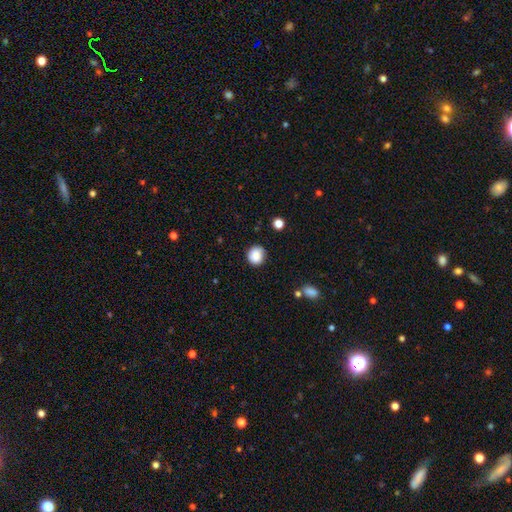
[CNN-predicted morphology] This is clearly a smooth galaxy (87%). How rounded: clearly round (85%). Merging: clearly none (80%).